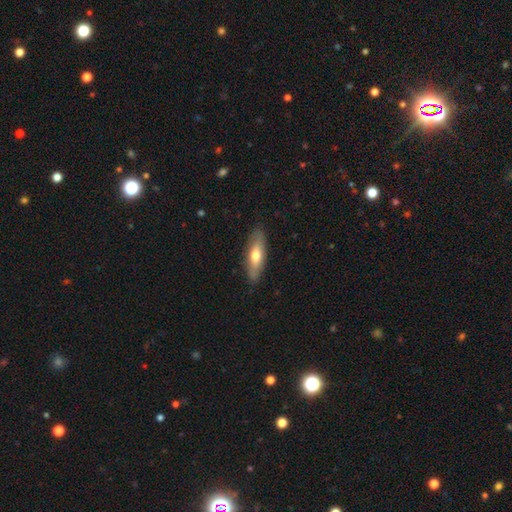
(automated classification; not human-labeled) Morphology: type=smooth (62%); roundness=in between (49%); merging=none (86%).